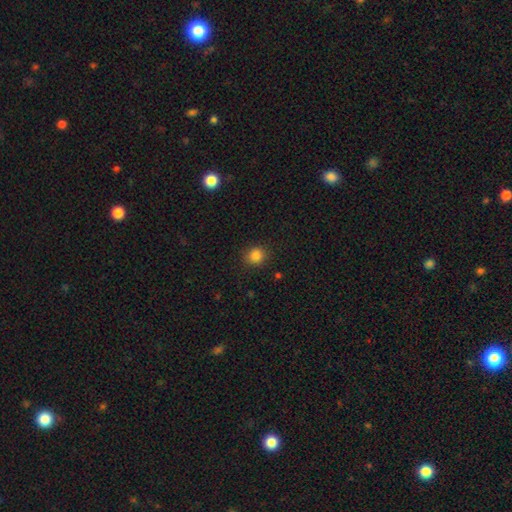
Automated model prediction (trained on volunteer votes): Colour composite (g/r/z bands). It shows a smooth galaxy with no disk features (84%) that is round (86%). Merging: none (88%).